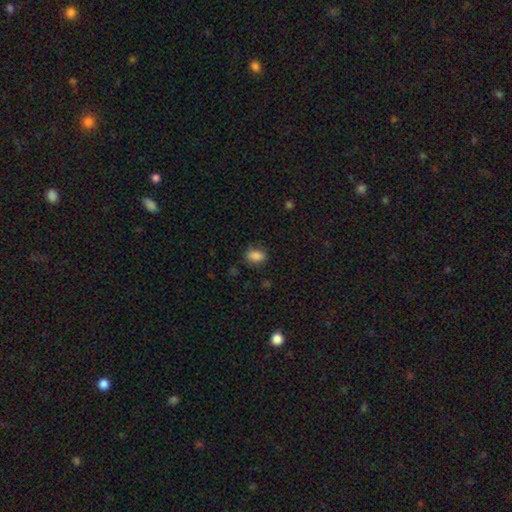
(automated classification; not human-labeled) This appears to be a smooth galaxy with no disk features (87%) that is in between round and cigar-shaped (82%). Merging: none (81%).